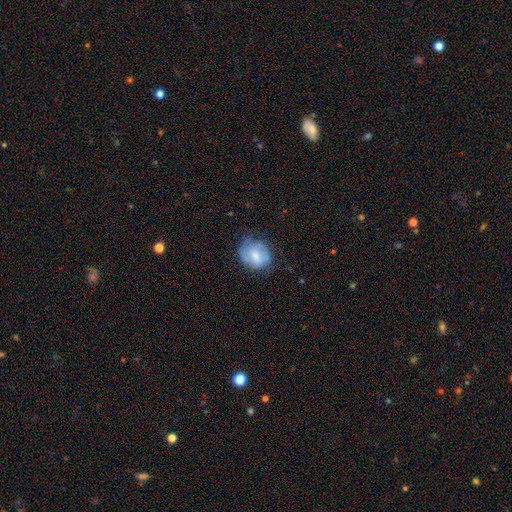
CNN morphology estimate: type=smooth (53%); roundness=round (70%); merging=none (60%).